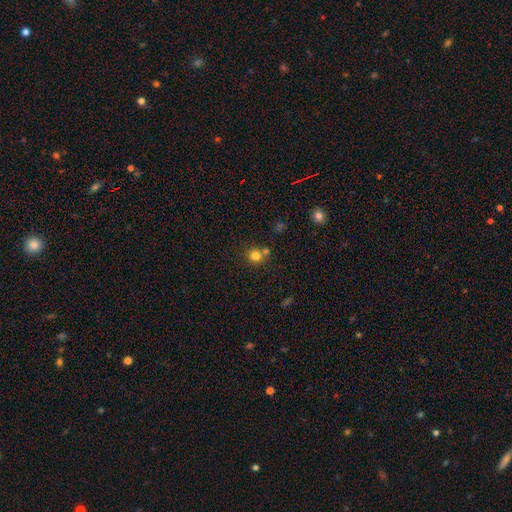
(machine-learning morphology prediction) Smooth or featured: smooth — 79% (star or artifact — 14%)
How rounded: round — 90% (in between — 9%)
Merging: none — 64% (merger — 24%)